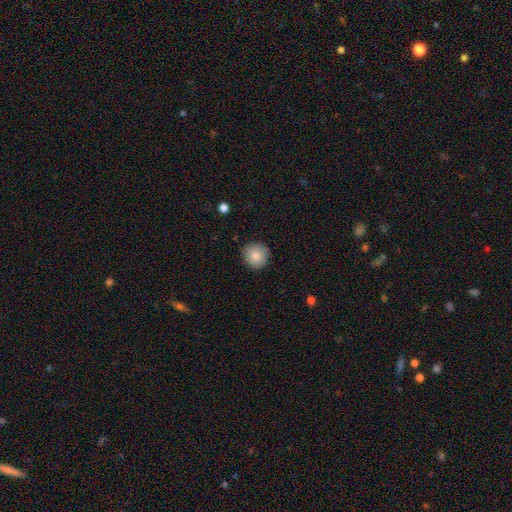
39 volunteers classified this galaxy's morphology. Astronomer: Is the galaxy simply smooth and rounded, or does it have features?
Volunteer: smooth — 85%.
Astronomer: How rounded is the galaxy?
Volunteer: round — 94%.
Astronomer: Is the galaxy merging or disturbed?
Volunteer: none — 94%.